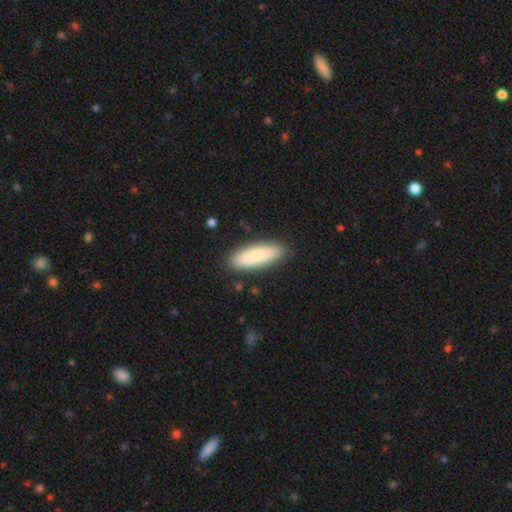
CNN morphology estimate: Smooth or featured?
  - smooth: 79% *
  - featured or disk: 16%
  - star or artifact: 6%
How rounded?
  - in between: 49% * (tied)
  - cigar-shaped: 49% * (tied)
  - round: 2%
Merging?
  - none: 85% *
  - minor disturbance: 11%
  - major disturbance: 2%
  - merger: 2%